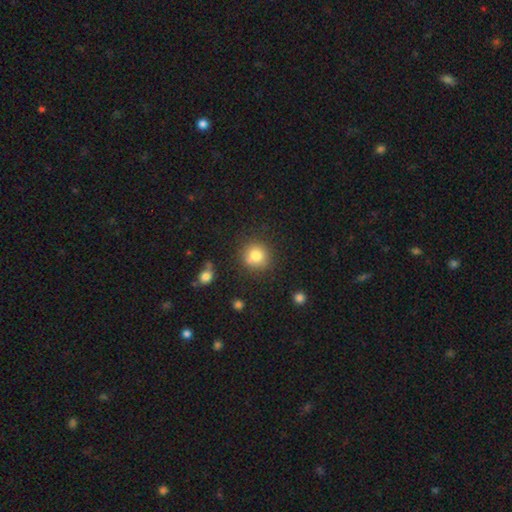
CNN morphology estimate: Overall: smooth (80%). How rounded: round (90%). Merging: none (78%).